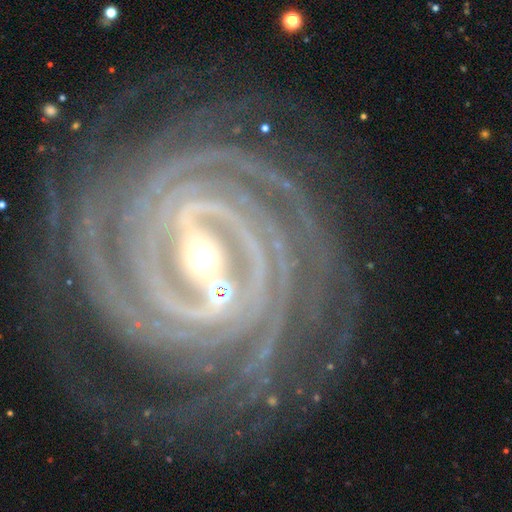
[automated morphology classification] Q: Smooth or featured?
A: featured or disk (93%); runner-up: star or artifact (5%)
Q: Edge-on disk?
A: no (97%); runner-up: yes (3%)
Q: Bar?
A: strong (61%); runner-up: weak (26%)
Q: Spiral arms?
A: yes (99%); runner-up: no (1%)
Q: Spiral winding?
A: tight (87%); runner-up: medium (11%)
Q: Spiral arm count?
A: more than 4 (27%); runner-up: 4 (24%)
Q: Bulge size?
A: small (57%); runner-up: moderate (39%)
Q: Merging?
A: none (77%); runner-up: minor disturbance (14%)